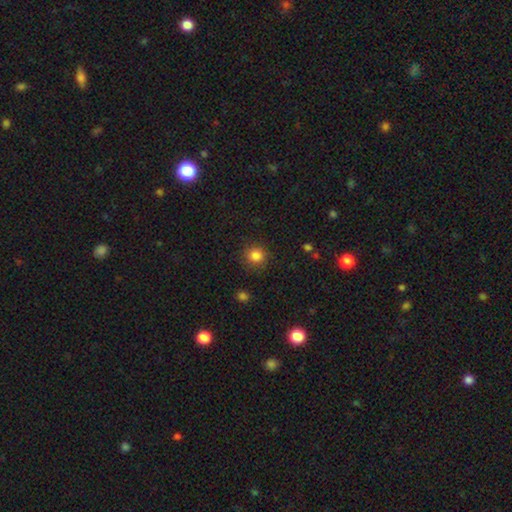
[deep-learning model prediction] This is clearly a smooth galaxy (84%). How rounded: clearly round (92%). Merging: clearly none (86%).